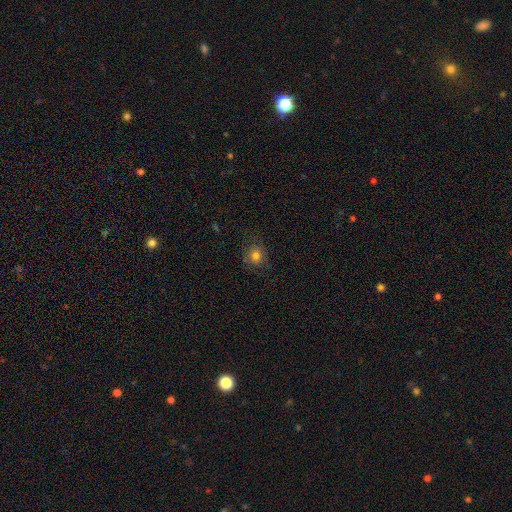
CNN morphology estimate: This appears to be a smooth galaxy with no disk features (75%) that is round (80%). Merging: none (76%).